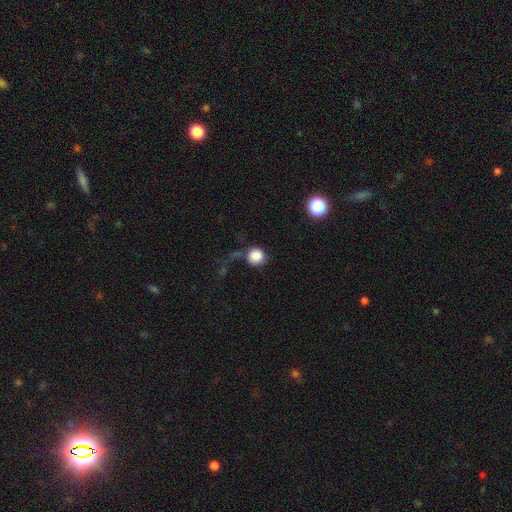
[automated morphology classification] Q: Smooth or featured?
A: smooth (84%); runner-up: star or artifact (9%)
Q: How rounded?
A: round (91%); runner-up: in between (7%)
Q: Merging?
A: none (44%); runner-up: major disturbance (26%)